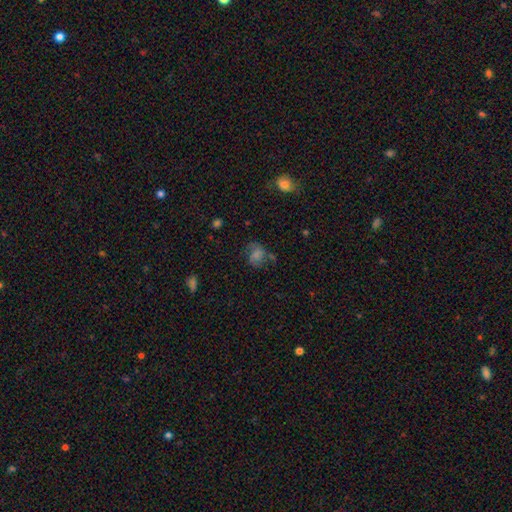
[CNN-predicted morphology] Smooth or featured?
  - smooth: 41% *
  - featured or disk: 38%
  - star or artifact: 21%
Merging?
  - none: 58% *
  - minor disturbance: 21%
  - major disturbance: 16%
  - merger: 5%